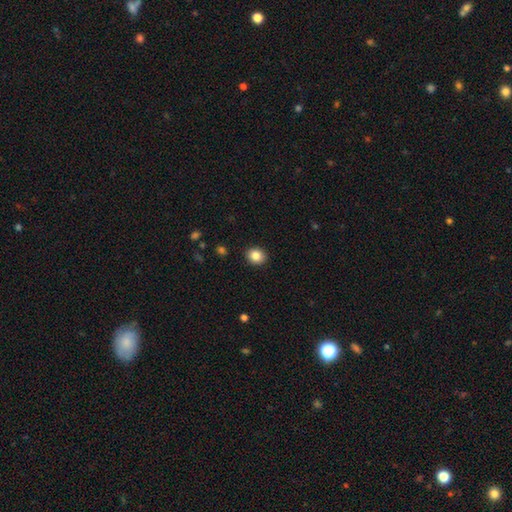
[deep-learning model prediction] Overall: smooth (85%). How rounded: round (67%; in between 32%). Merging: none (91%).